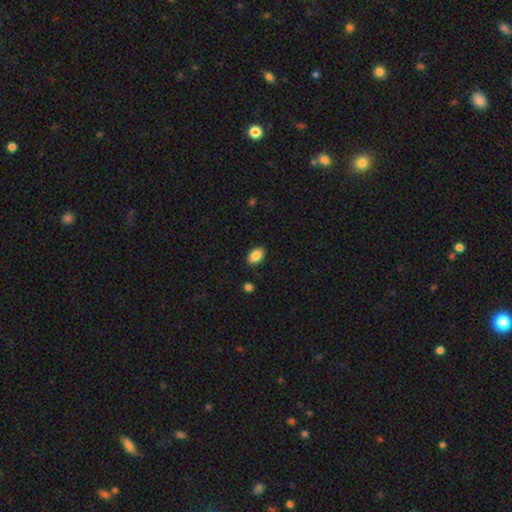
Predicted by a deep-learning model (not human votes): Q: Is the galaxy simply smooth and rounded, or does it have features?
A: smooth — 86%.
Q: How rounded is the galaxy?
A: in between — 89%.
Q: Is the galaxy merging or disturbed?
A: none — 87%.